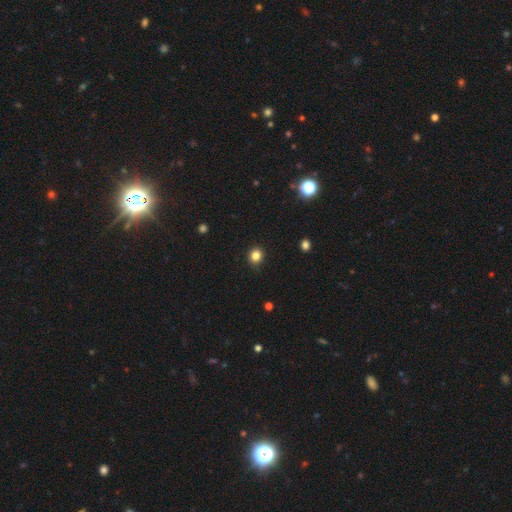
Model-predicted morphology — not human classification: smooth_or_featured: smooth (p=0.83) [alt: star or artifact p=0.12]
how_rounded: round (p=0.88) [alt: in between p=0.12]
merging: none (p=0.92) [alt: minor disturbance p=0.06]